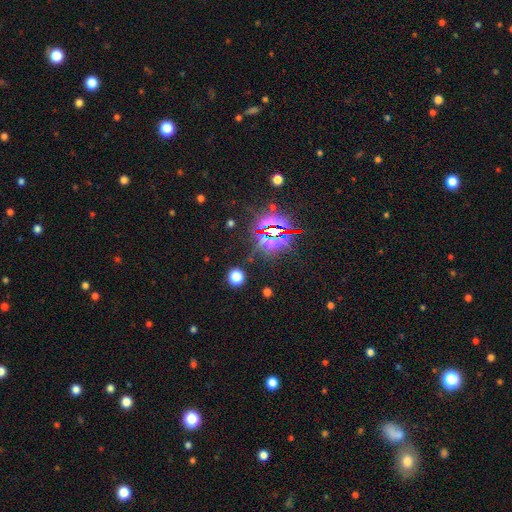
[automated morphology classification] Smooth or featured? Predicted: star or artifact (p=0.85).